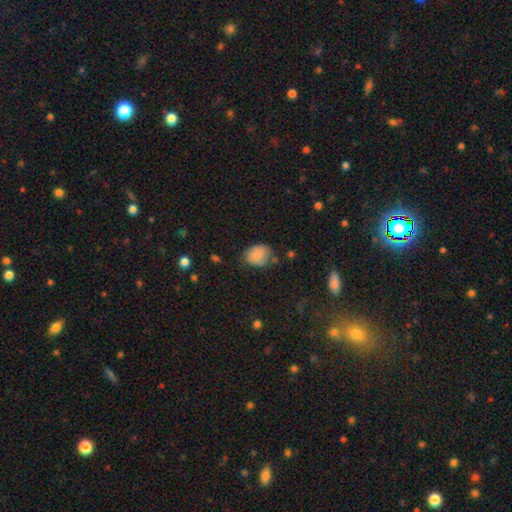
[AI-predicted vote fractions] This is clearly a smooth galaxy (83%). How rounded: possibly in between (52%). Merging: likely none (62%).